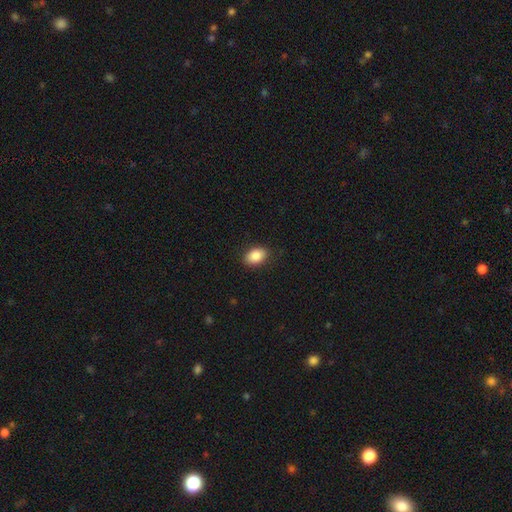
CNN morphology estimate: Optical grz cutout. It shows a smooth galaxy with no disk features (86%) that is in between round and cigar-shaped (84%). Merging: none (86%).